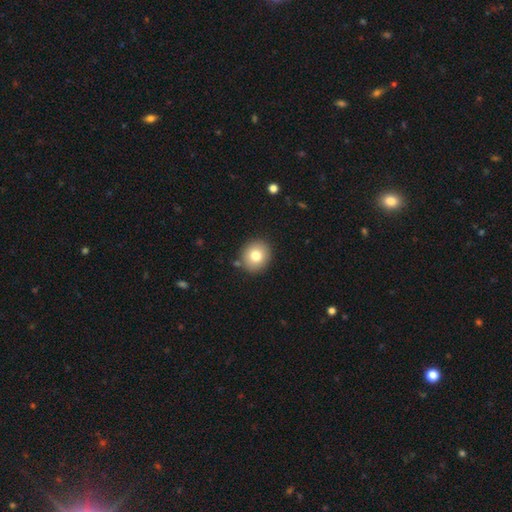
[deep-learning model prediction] A smooth galaxy with no disk features (79%) that is round (81%).

Vote fractions:
- Smooth or featured? smooth: 79% / featured or disk: 11% / star or artifact: 10%
- How rounded? round: 81% / in between: 18% / cigar-shaped: 1%
- Merging? none: 87% / minor disturbance: 8% / merger: 3% / major disturbance: 2%